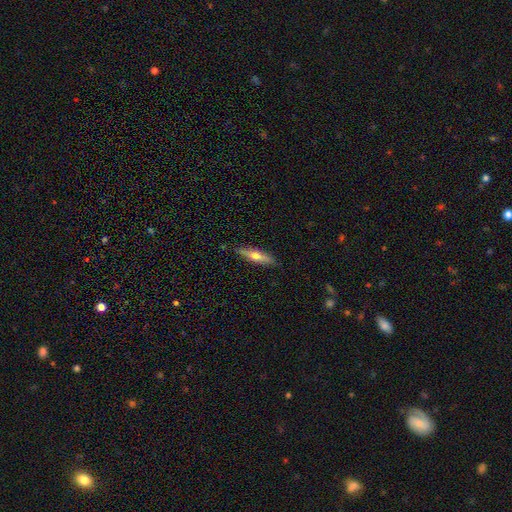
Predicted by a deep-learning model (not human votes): Smooth or featured? smooth (52%)
How rounded? cigar-shaped (74%)
Merging? none (87%)